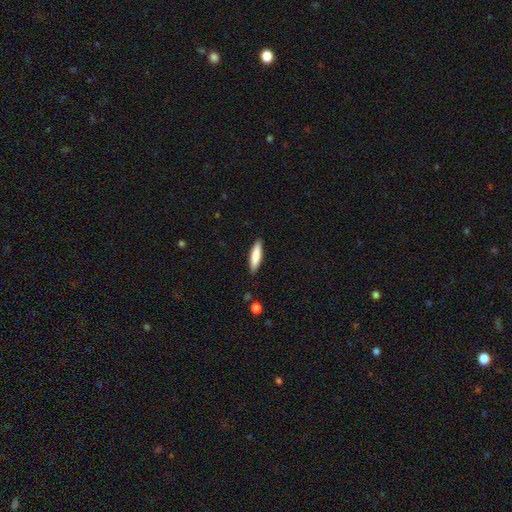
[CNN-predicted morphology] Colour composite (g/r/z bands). It shows a smooth galaxy with no disk features (83%) that is cigar-shaped (73%). Merging: none (88%).